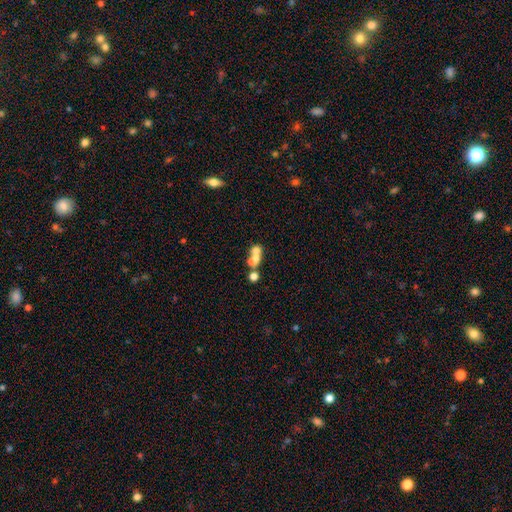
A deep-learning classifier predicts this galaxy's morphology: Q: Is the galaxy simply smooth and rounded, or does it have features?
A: smooth — 56%.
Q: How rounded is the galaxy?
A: round — 54%.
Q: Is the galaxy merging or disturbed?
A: merger — 62%.